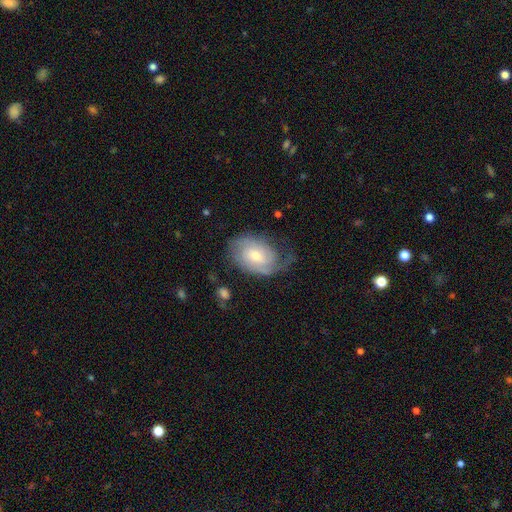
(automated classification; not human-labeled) smooth_or_featured: featured or disk (p=0.68) [alt: smooth p=0.25]
disk_edge_on: no (p=0.95) [alt: yes p=0.05]
bar: no (p=0.64) [alt: weak p=0.31]
has_spiral_arms: yes (p=0.88) [alt: no p=0.12]
spiral_winding: tight (p=0.49) [alt: medium p=0.34]
spiral_arm_count: 2 (p=0.43) [alt: can't tell p=0.26]
bulge_size: moderate (p=0.49) [alt: small p=0.46]
merging: none (p=0.56) [alt: minor disturbance p=0.25]